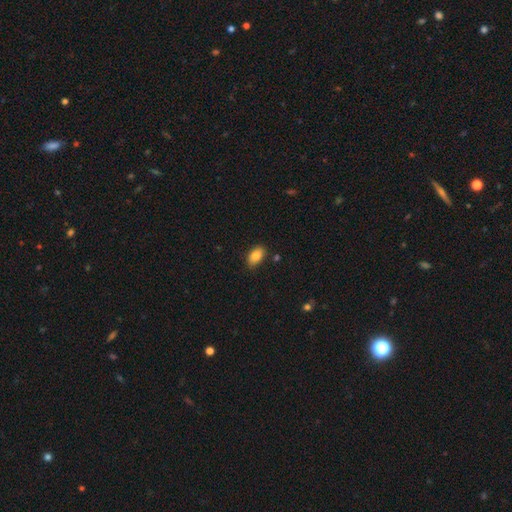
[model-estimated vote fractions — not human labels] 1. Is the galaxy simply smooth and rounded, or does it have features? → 86% smooth, 8% star or artifact, 6% featured or disk.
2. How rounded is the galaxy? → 91% in between, 7% round, 2% cigar-shaped.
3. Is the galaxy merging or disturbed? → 82% none, 13% minor disturbance, 2% major disturbance, 2% merger.